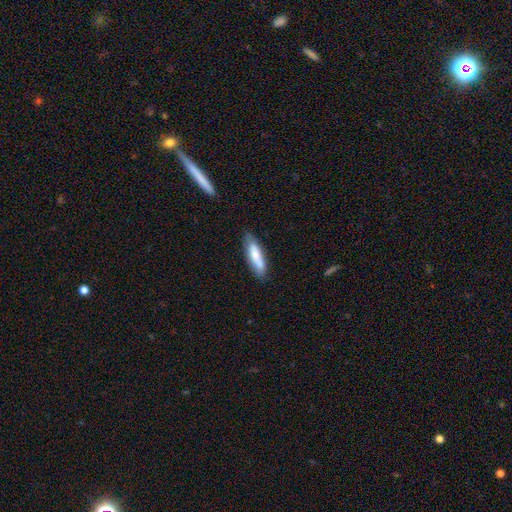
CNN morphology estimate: Overall: smooth (71%). How rounded: cigar-shaped (63%; in between 35%). Merging: none (75%).